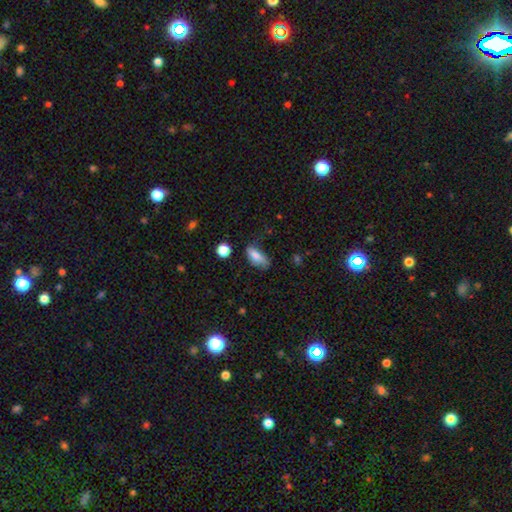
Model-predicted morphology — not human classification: Smooth or featured? smooth (80%)
How rounded? in between (83%)
Merging? none (46%)